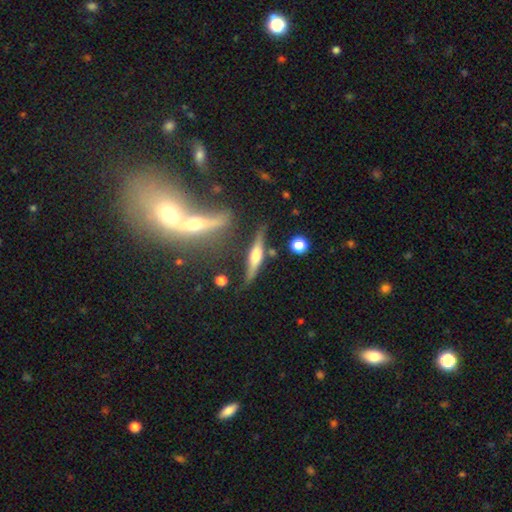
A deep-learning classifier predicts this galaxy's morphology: Smooth or featured?
  - featured or disk: 67% *
  - smooth: 26%
  - star or artifact: 7%
Edge-on disk?
  - yes: 94% *
  - no: 6%
Edge-on bulge?
  - rounded: 79% *
  - boxy: 15%
  - none: 6%
Merging?
  - none: 71% *
  - minor disturbance: 16%
  - merger: 8%
  - major disturbance: 5%